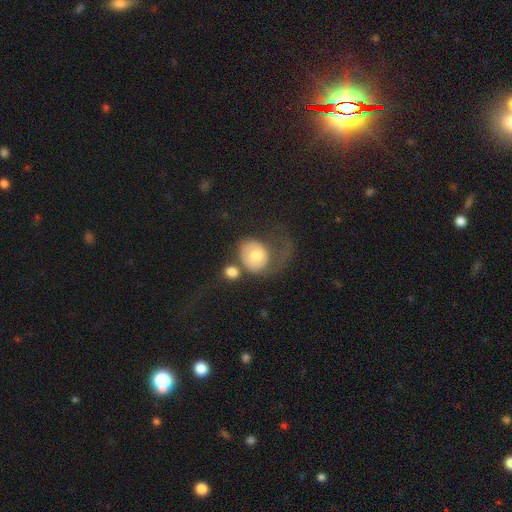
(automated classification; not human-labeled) Overall: smooth (51%; featured or disk 41%). How rounded: round (63%; in between 36%). Merging: major disturbance (43%; merger 22%).